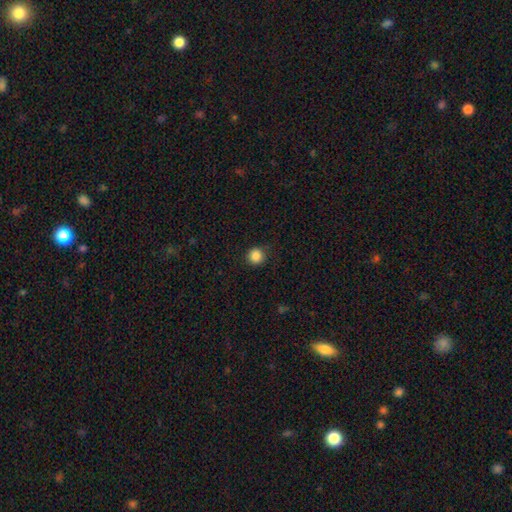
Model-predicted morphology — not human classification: smooth-or-featured: smooth: 87% | star or artifact: 10% | featured or disk: 3%
  how-rounded: round: 94% | in between: 5% | cigar-shaped: 1%
  merging: none: 88% | minor disturbance: 8% | major disturbance: 3% | merger: 1%